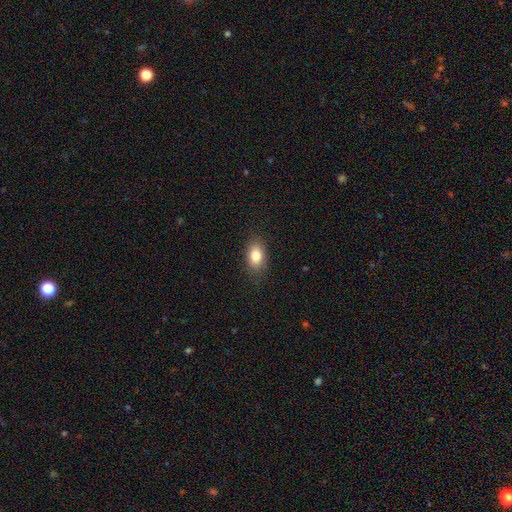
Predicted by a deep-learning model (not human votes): A smooth galaxy with no disk features (82%) that is in between round and cigar-shaped (85%). Merging: none (87%).